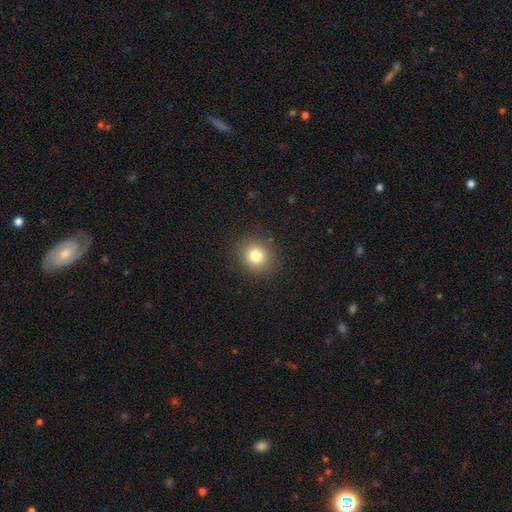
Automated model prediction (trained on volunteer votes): Smooth or featured? smooth (80%)
How rounded? round (78%)
Merging? none (89%)